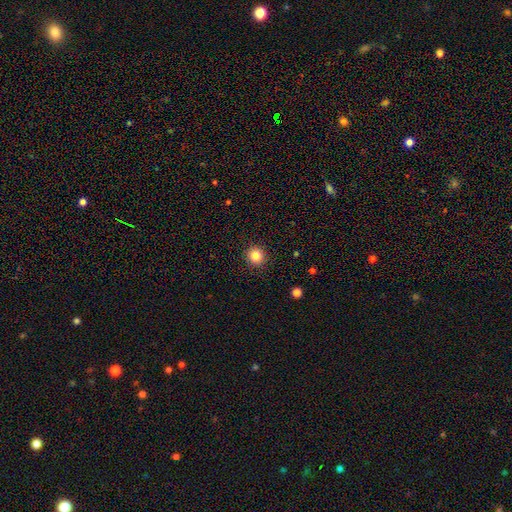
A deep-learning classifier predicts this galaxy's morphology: type=smooth (83%); roundness=round (93%); merging=none (91%).